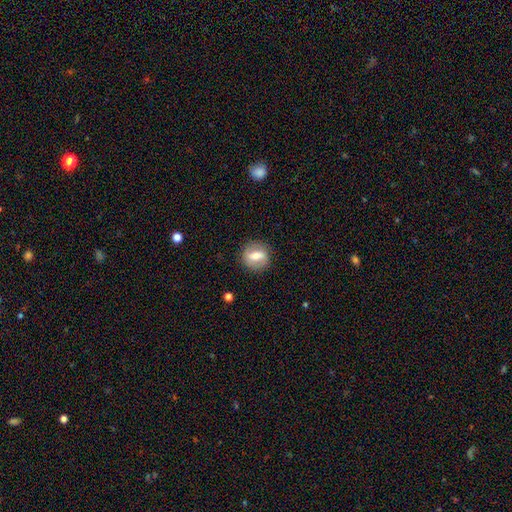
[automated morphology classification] A featured or disk galaxy (49%). Merging: none (85%).